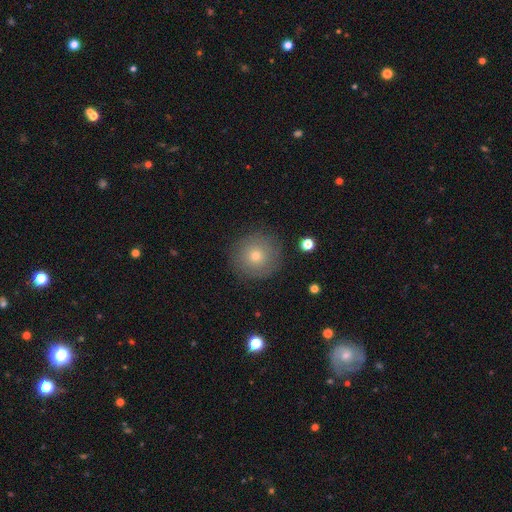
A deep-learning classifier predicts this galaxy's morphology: Q: Smooth or featured?
A: smooth (59%); runner-up: featured or disk (28%)
Q: How rounded?
A: round (95%); runner-up: in between (4%)
Q: Merging?
A: none (86%); runner-up: minor disturbance (9%)